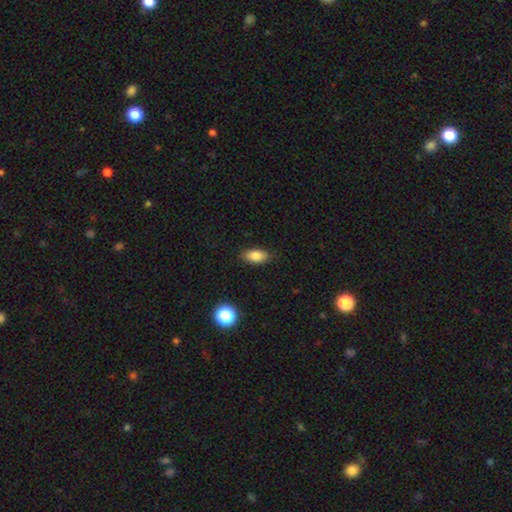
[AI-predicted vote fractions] Smooth or featured? smooth (84%)
How rounded? in between (89%)
Merging? none (86%)